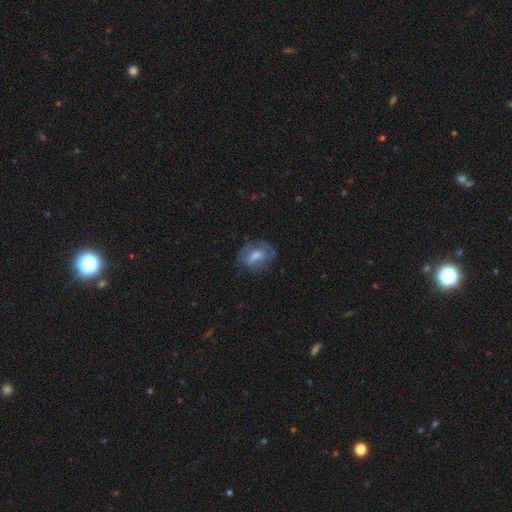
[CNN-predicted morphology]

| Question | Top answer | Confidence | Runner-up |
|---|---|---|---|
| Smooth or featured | smooth | 53% | featured or disk (38%) |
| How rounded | in between | 61% | round (35%) |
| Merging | none | 57% | minor disturbance (25%) |